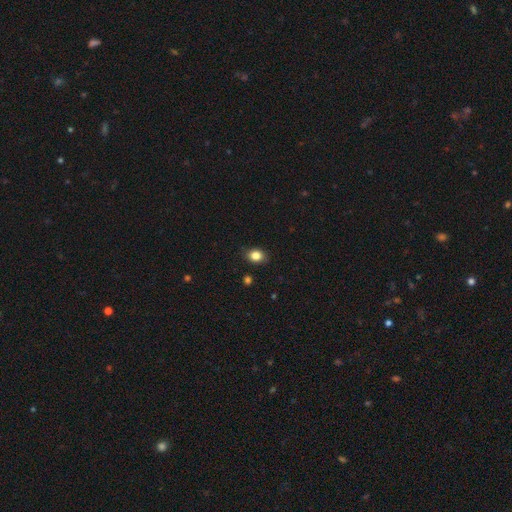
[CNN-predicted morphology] Q: Smooth or featured?
A: smooth (84%); runner-up: star or artifact (10%)
Q: How rounded?
A: in between (55%); runner-up: round (43%)
Q: Merging?
A: none (85%); runner-up: minor disturbance (11%)